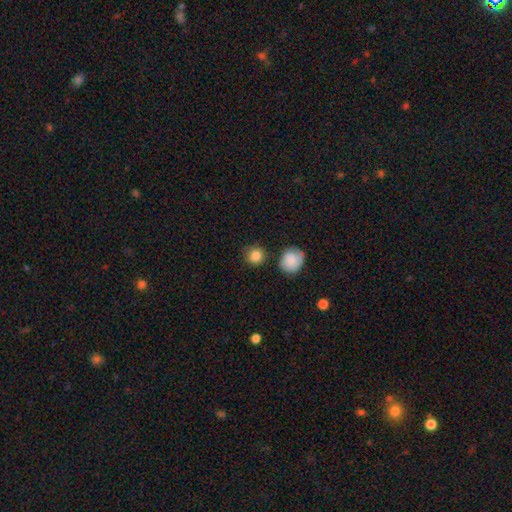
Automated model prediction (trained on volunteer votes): The model was most divided on "merging": none: 78%, minor disturbance: 12%, merger: 6%, major disturbance: 3%. More confident: how rounded — round (89%); smooth or featured — smooth (86%).